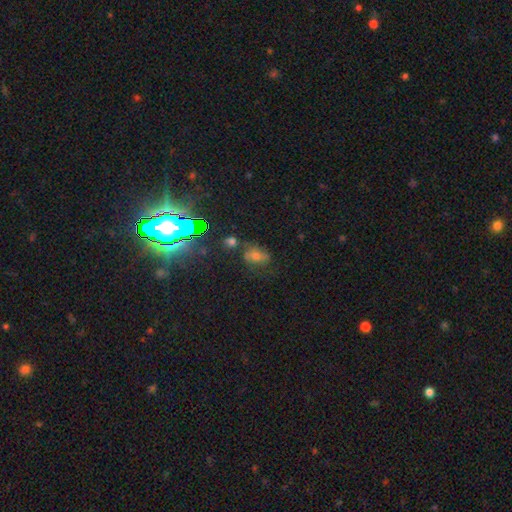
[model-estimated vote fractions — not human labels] This is marginally a star or artifact rather than a galaxy (42%).